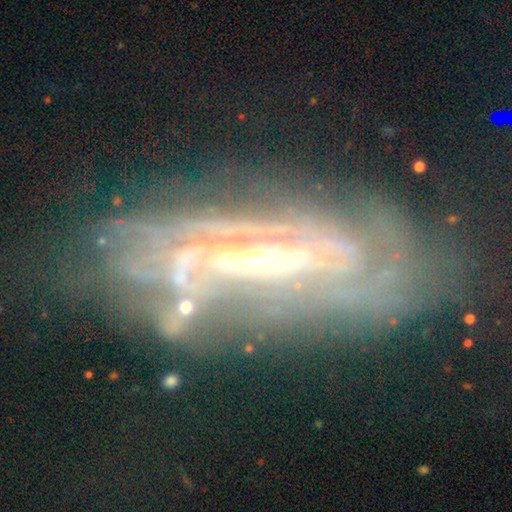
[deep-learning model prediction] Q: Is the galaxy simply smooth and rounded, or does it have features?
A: featured or disk — 83%.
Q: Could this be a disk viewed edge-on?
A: no — 85%.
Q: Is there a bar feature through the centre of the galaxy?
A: strong — 44%.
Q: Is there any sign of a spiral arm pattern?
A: yes — 93%.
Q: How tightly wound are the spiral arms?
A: tight — 67%.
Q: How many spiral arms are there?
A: can't tell — 42%.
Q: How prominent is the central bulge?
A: small — 57%.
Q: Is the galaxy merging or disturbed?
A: none — 67%.